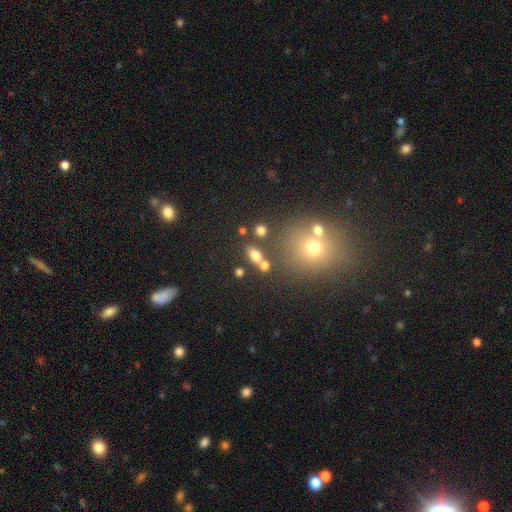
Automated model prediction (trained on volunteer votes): Q: Smooth or featured?
A: smooth (71%); runner-up: star or artifact (16%)
Q: How rounded?
A: in between (75%); runner-up: round (19%)
Q: Merging?
A: none (63%); runner-up: merger (20%)